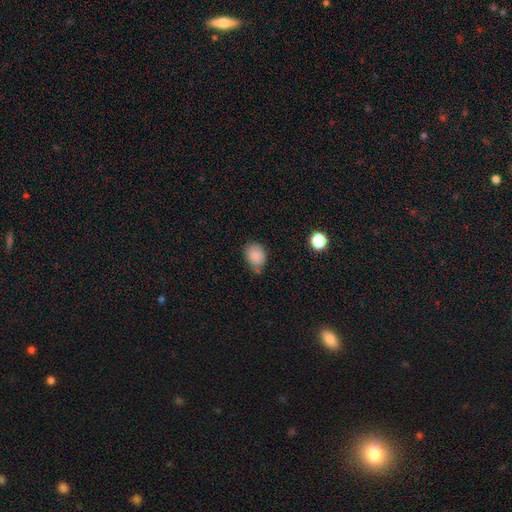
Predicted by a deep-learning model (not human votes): A smooth galaxy with no disk features (85%) that is in between round and cigar-shaped (58%). Merging: none (59%).